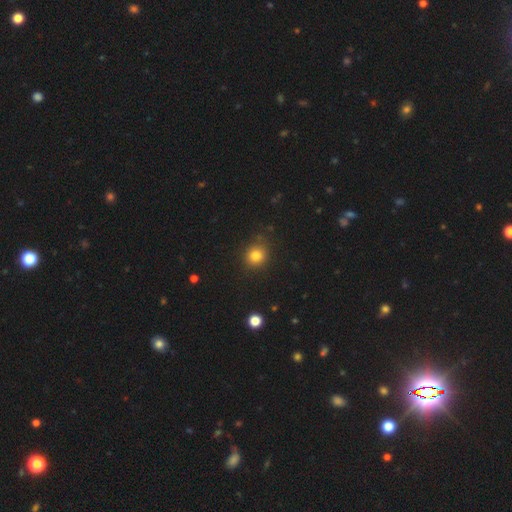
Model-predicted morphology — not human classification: A smooth galaxy with no disk features (81%) that is round (79%).

Vote fractions:
- Smooth or featured? smooth: 81% / star or artifact: 12% / featured or disk: 6%
- How rounded? round: 79% / in between: 20% / cigar-shaped: 1%
- Merging? none: 84% / minor disturbance: 12% / major disturbance: 3% / merger: 2%